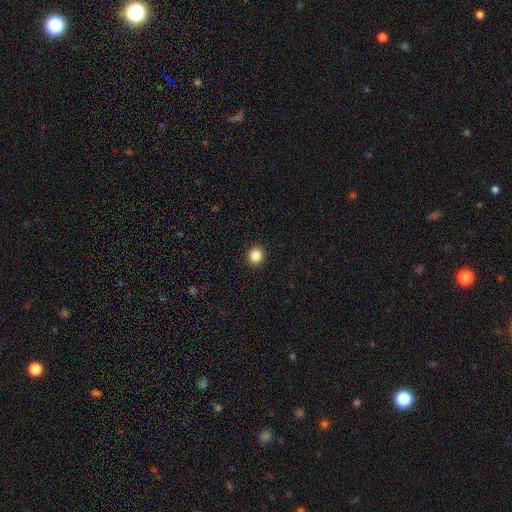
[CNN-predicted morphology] This is clearly a smooth galaxy (86%). How rounded: clearly round (85%). Merging: clearly none (93%).